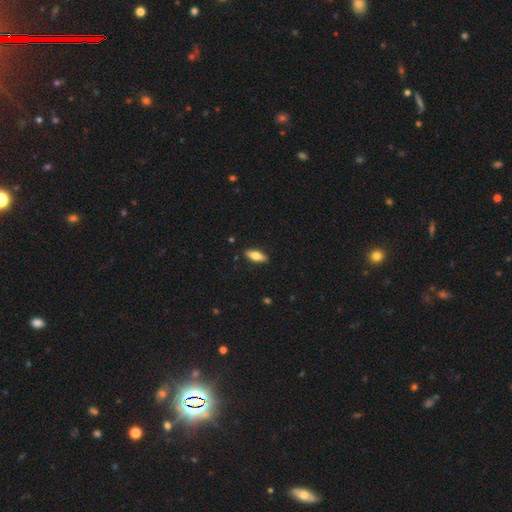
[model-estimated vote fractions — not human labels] The model was most divided on "how rounded": in between: 69%, cigar-shaped: 29%, round: 2%. More confident: merging — none (89%); smooth or featured — smooth (69%).